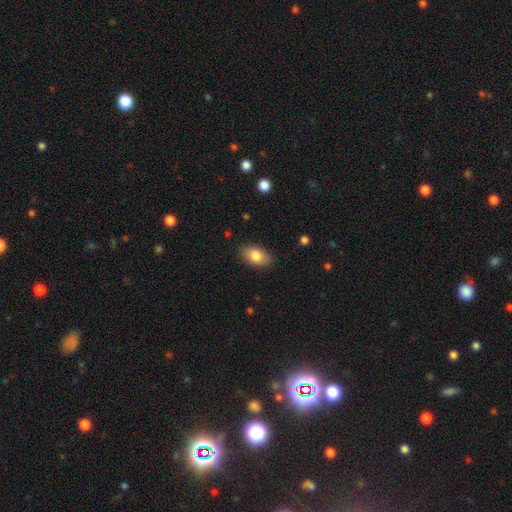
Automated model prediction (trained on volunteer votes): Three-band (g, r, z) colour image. It shows a smooth galaxy with no disk features (82%) that is in between round and cigar-shaped (90%). Merging: none (86%).